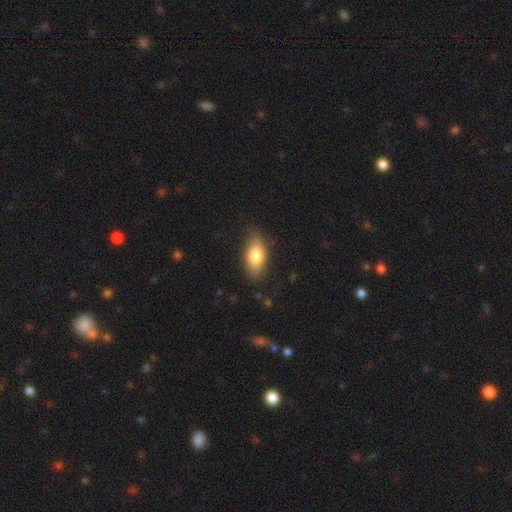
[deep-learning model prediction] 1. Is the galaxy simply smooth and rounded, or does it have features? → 77% smooth, 16% featured or disk, 7% star or artifact.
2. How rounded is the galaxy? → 86% in between, 8% cigar-shaped, 5% round.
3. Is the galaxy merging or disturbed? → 81% none, 14% minor disturbance, 3% major disturbance, 1% merger.